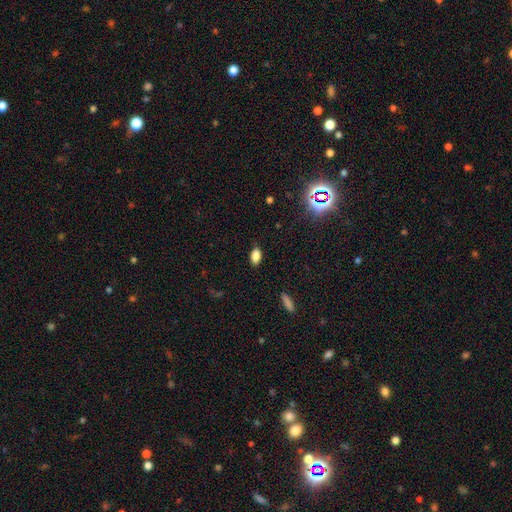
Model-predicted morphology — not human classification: Q: Smooth or featured?
A: smooth (83%); runner-up: star or artifact (11%)
Q: How rounded?
A: in between (90%); runner-up: round (5%)
Q: Merging?
A: none (84%); runner-up: minor disturbance (12%)